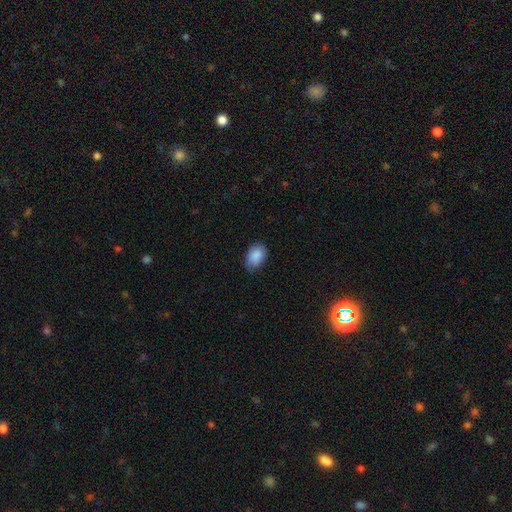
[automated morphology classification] Smooth or featured?
  - smooth: 87% *
  - star or artifact: 7%
  - featured or disk: 6%
How rounded?
  - in between: 84% *
  - round: 15%
  - cigar-shaped: 1%
Merging?
  - none: 68% *
  - minor disturbance: 27%
  - major disturbance: 4%
  - merger: 1%